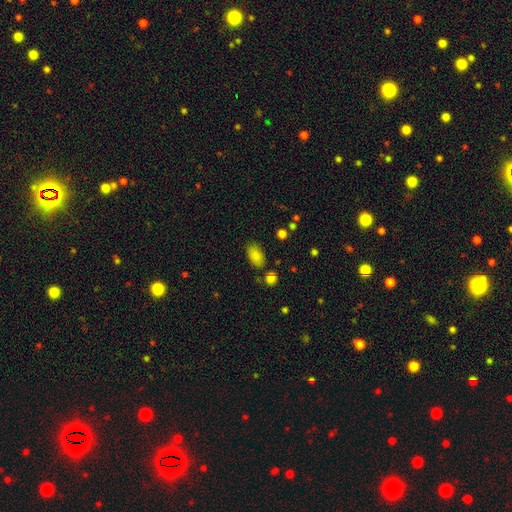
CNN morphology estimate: Smooth or featured: smooth — 85% (star or artifact — 9%)
How rounded: in between — 92% (round — 6%)
Merging: none — 75% (minor disturbance — 15%)